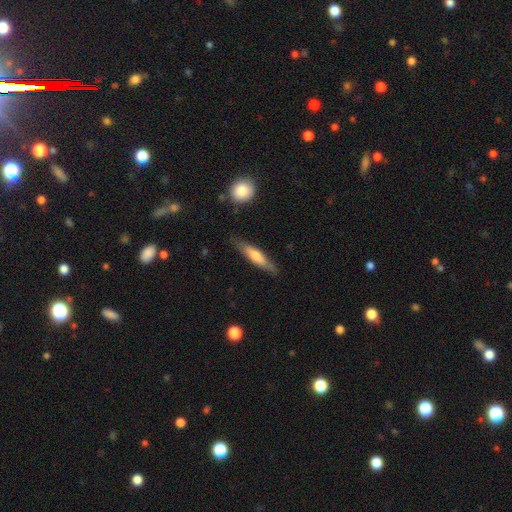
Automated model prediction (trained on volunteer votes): This appears to be a smooth galaxy with no disk features (57%) that is cigar-shaped (79%). Merging: none (81%).